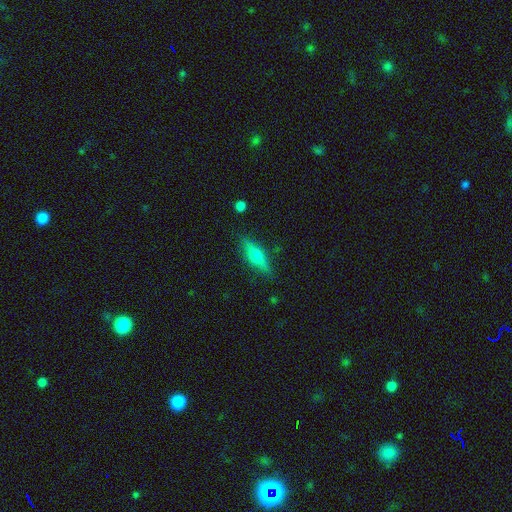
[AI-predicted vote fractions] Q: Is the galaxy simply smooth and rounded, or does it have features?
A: smooth — 47%.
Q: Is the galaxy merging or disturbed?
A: none — 85%.